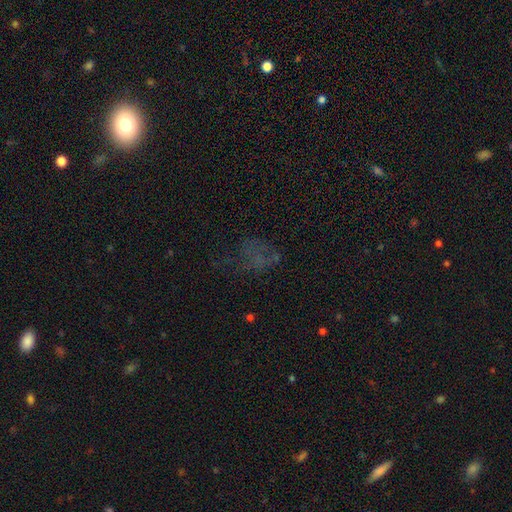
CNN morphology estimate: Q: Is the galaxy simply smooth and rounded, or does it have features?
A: smooth — 36%, tied with star or artifact.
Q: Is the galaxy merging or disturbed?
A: none — 46%.